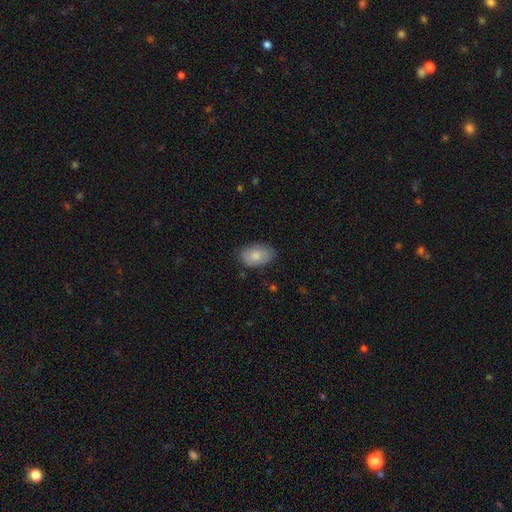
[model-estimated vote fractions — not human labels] smooth-or-featured: smooth: 82% | featured or disk: 12% | star or artifact: 6%
  how-rounded: in between: 89% | round: 10% | cigar-shaped: 1%
  merging: none: 75% | minor disturbance: 20% | major disturbance: 4% | merger: 1%